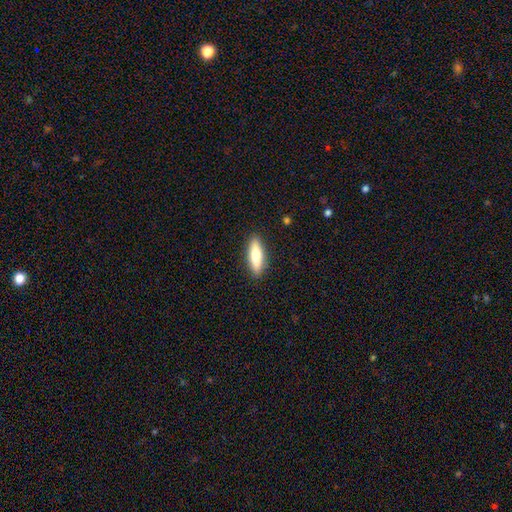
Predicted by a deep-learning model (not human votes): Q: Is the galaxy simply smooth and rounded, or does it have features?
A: smooth — 70%.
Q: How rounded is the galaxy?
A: cigar-shaped — 57%.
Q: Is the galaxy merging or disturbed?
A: none — 90%.